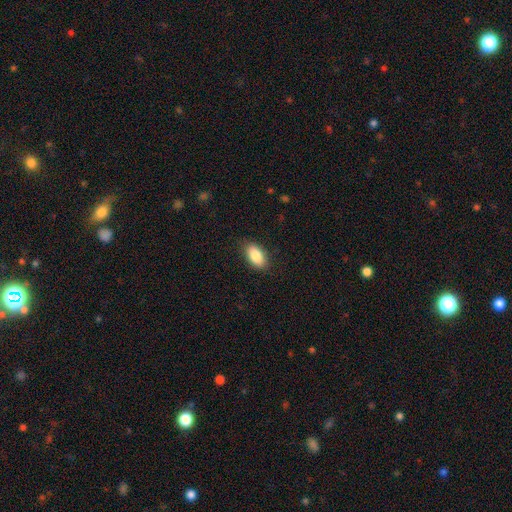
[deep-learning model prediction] Overall: smooth (86%). How rounded: in between (92%). Merging: none (87%).